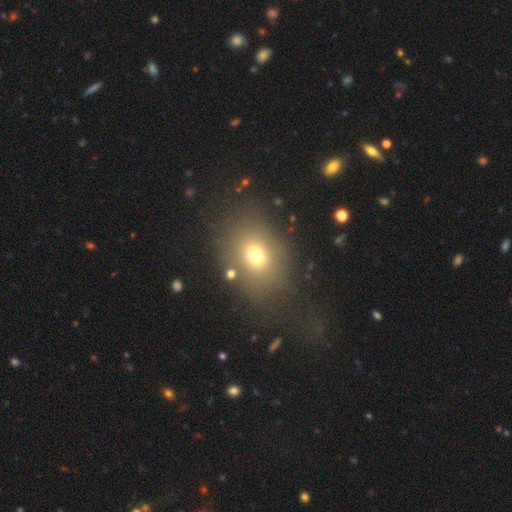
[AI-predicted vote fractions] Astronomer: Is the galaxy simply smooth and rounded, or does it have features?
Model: smooth — 68%.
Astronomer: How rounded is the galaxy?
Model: in between — 51% (runner-up: round, 48%).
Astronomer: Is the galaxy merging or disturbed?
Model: none — 75%.